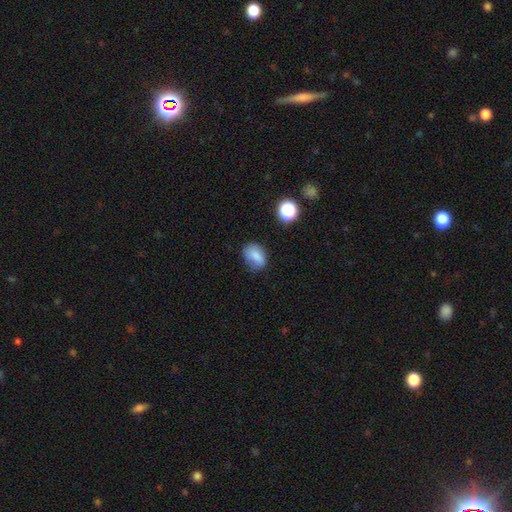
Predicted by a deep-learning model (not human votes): Smooth or featured? smooth (80%)
How rounded? in between (76%)
Merging? none (62%)